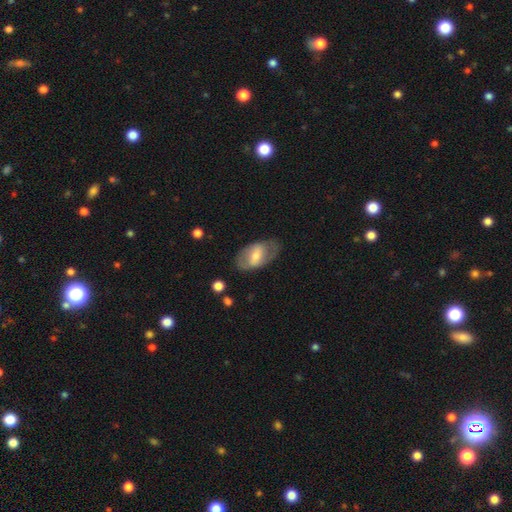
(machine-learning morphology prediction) A featured or disk galaxy (50%).

Vote fractions:
- Smooth or featured? featured or disk: 50% / smooth: 44% / star or artifact: 6%
- Merging? none: 71% / minor disturbance: 18% / major disturbance: 9% / merger: 2%